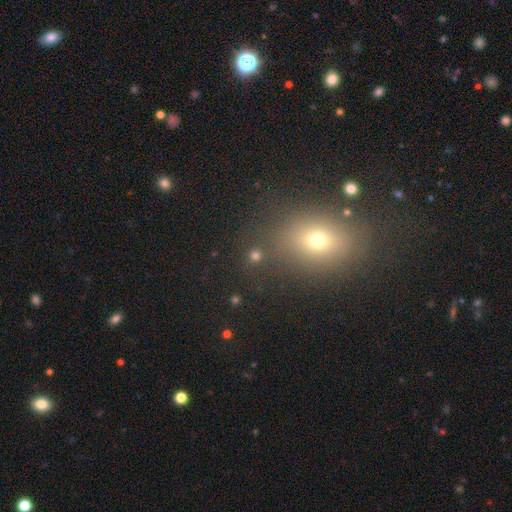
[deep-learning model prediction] Smooth or featured? smooth (62%)
How rounded? round (75%)
Merging? none (76%)